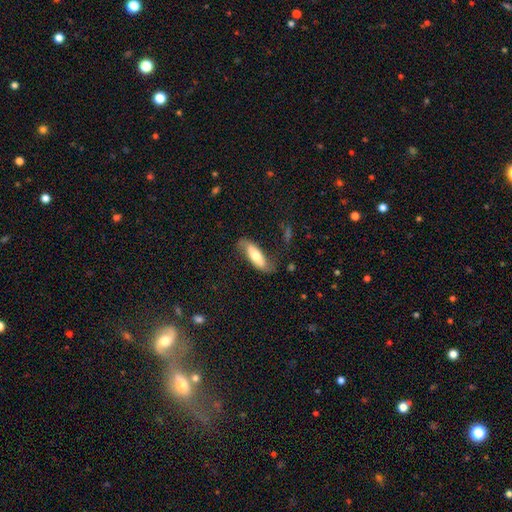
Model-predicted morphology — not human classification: Smooth or featured? Predicted: smooth (p=0.55). How rounded? Predicted: in between (p=0.58). Merging? Predicted: none (p=0.62).